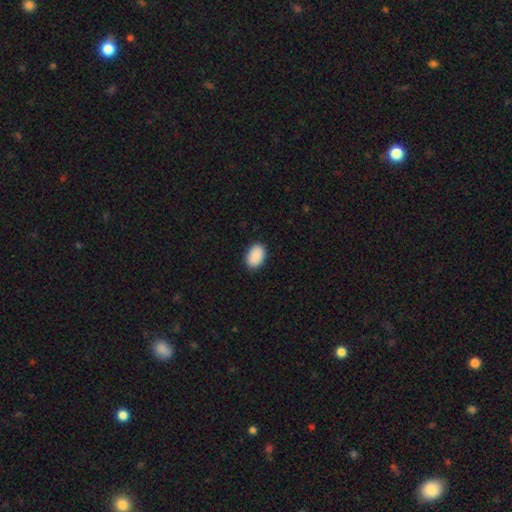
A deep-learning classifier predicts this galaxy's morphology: A smooth galaxy with no disk features (91%) that is in between round and cigar-shaped (86%). Merging: none (88%).